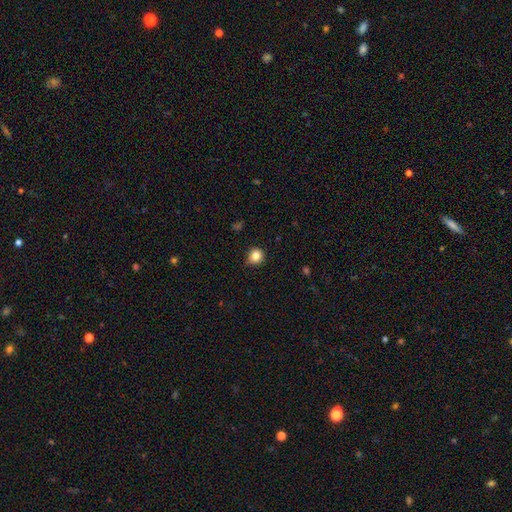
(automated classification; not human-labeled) Smooth or featured? smooth (83%)
How rounded? round (87%)
Merging? none (76%)